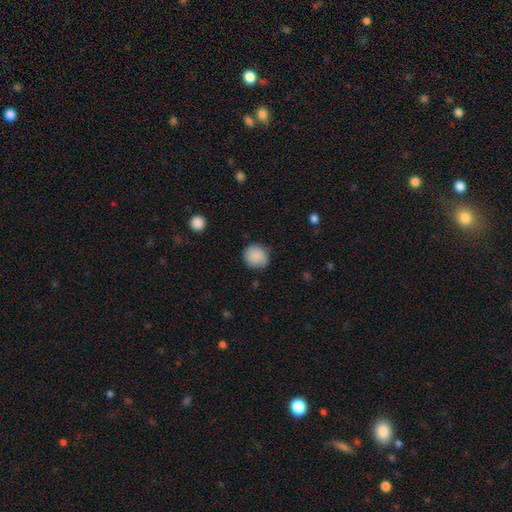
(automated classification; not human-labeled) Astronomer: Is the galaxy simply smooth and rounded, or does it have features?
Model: smooth — 88%.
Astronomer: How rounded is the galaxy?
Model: round — 89%.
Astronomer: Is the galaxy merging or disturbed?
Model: none — 81%.